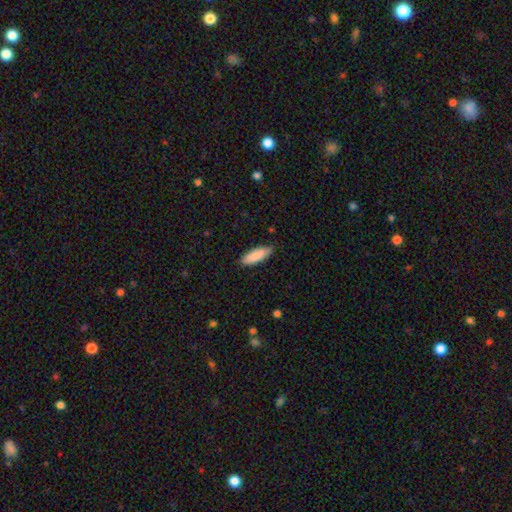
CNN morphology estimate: Smooth or featured? smooth (88%)
How rounded? in between (56%)
Merging? none (86%)